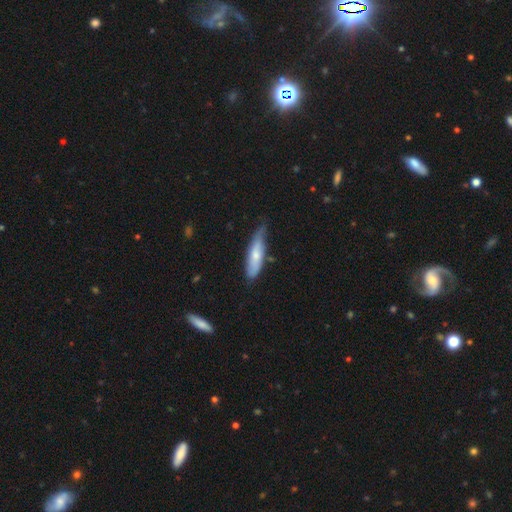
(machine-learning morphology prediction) Smooth or featured: smooth — 62% (featured or disk — 32%)
How rounded: cigar-shaped — 60% (in between — 38%)
Merging: none — 53% (minor disturbance — 37%)